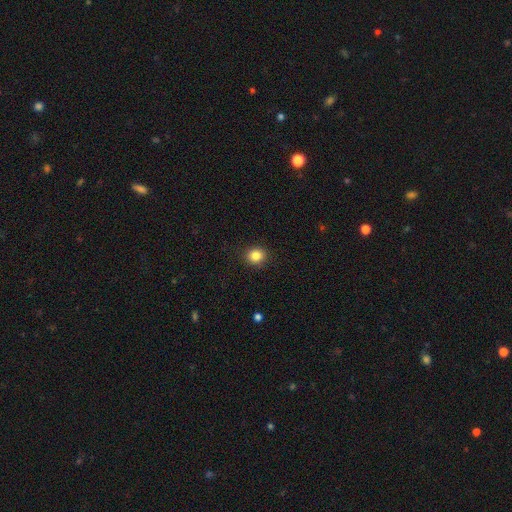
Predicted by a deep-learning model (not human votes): Q: Smooth or featured?
A: smooth (85%); runner-up: star or artifact (11%)
Q: How rounded?
A: round (83%); runner-up: in between (16%)
Q: Merging?
A: none (90%); runner-up: minor disturbance (6%)